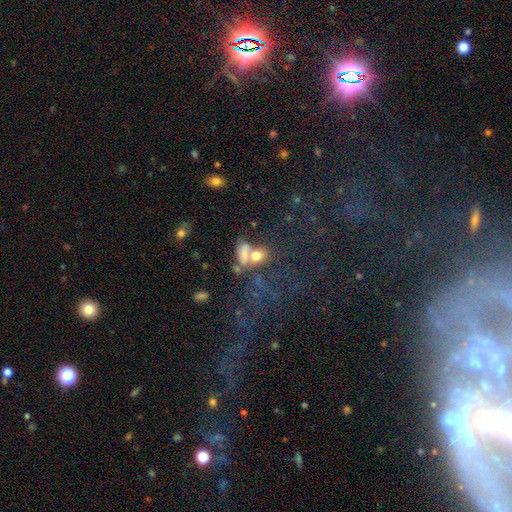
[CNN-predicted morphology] smooth 68%, star or artifact 16%, featured or disk 16%. Down the decision tree: how rounded — in between (73%); merging — merger (51%).